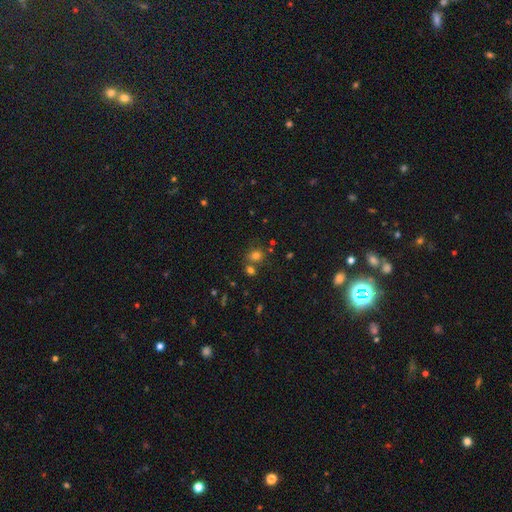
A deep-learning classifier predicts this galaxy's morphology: This is likely a smooth galaxy (71%). How rounded: likely round (78%). Merging: likely none (63%).